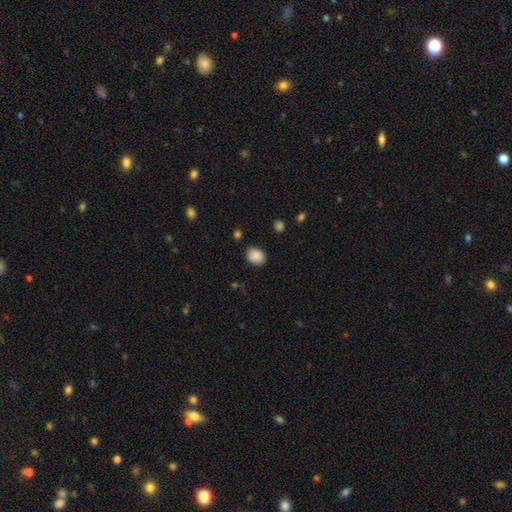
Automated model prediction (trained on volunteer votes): A smooth galaxy with no disk features (88%) that is in between round and cigar-shaped (55%). Merging: none (82%).